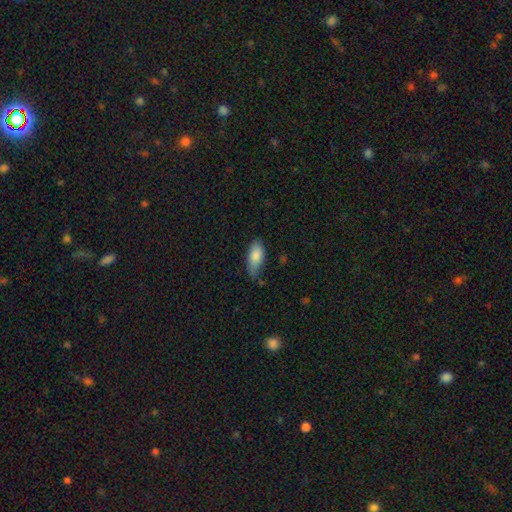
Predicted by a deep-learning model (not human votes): smooth_or_featured: smooth (p=0.84) [alt: featured or disk p=0.10]
how_rounded: in between (p=0.85) [alt: cigar-shaped p=0.12]
merging: none (p=0.58) [alt: minor disturbance p=0.32]